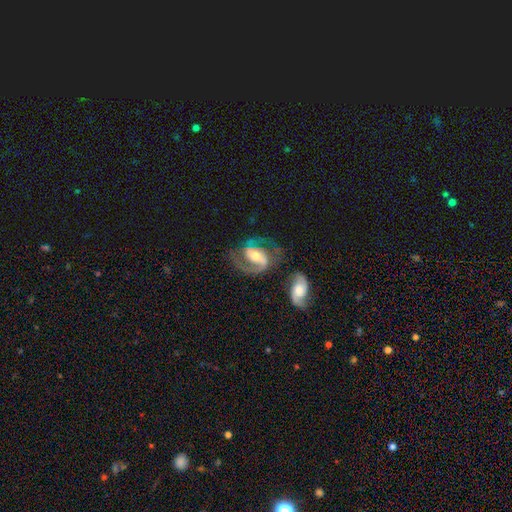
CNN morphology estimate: Smooth or featured: featured or disk — 86% (smooth — 9%)
Edge-on disk: no — 97% (yes — 3%)
Bar: weak — 39% (no — 33%)
Spiral arms: yes — 95% (no — 5%)
Spiral winding: medium — 55% (tight — 26%)
Spiral arm count: 2 — 86% (1 — 7%)
Bulge size: moderate — 67% (small — 23%)
Merging: none — 55% (minor disturbance — 18%)